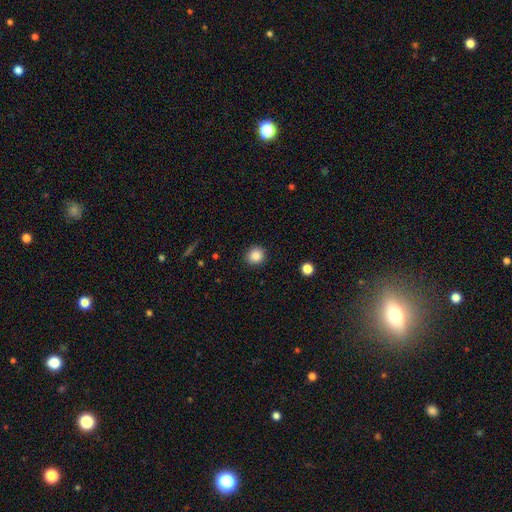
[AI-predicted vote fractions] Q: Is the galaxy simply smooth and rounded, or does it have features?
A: smooth — 87%.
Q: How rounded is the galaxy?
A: round — 90%.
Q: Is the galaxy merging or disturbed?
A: none — 91%.